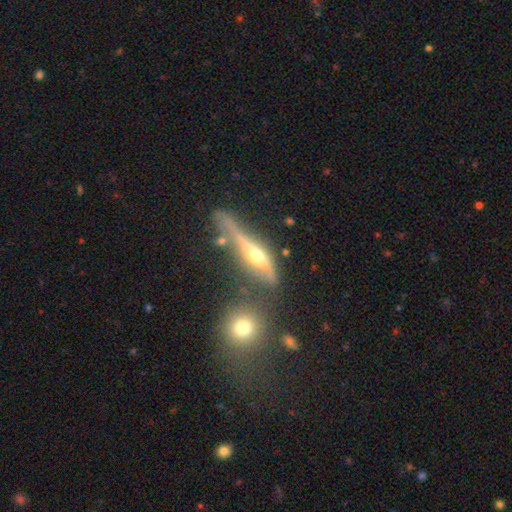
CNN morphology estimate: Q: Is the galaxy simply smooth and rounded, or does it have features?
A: featured or disk — 74%.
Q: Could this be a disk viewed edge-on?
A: yes — 85%.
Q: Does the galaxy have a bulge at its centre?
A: rounded — 82%.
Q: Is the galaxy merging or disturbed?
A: none — 48%.